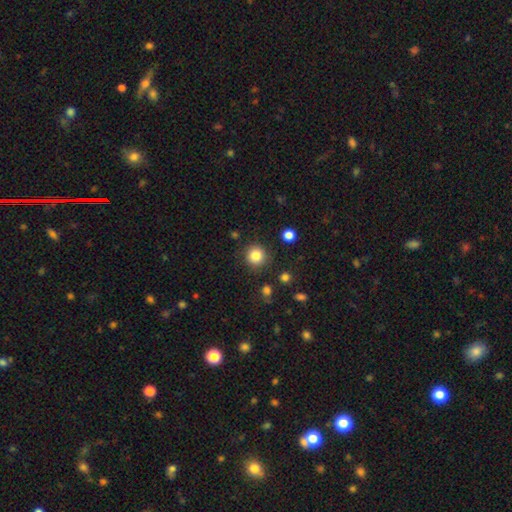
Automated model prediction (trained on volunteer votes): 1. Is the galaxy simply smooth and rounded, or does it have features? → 84% smooth, 11% star or artifact, 5% featured or disk.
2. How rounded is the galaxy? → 94% round, 5% in between, 1% cigar-shaped.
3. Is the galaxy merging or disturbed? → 88% none, 7% minor disturbance, 3% major disturbance, 2% merger.